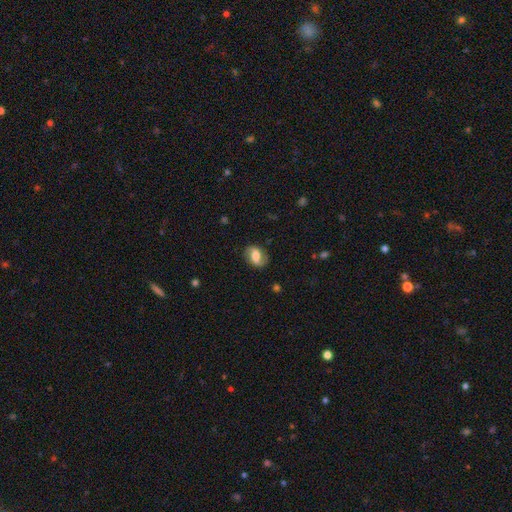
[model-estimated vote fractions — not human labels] This is possibly a featured or disk galaxy (57%). It is clearly not viewed edge-on (96%). Bar: marginally weak (44%). Spiral arm pattern: clearly yes (87%). Central bulge: marginally moderate (37%). Merging: likely none (79%).